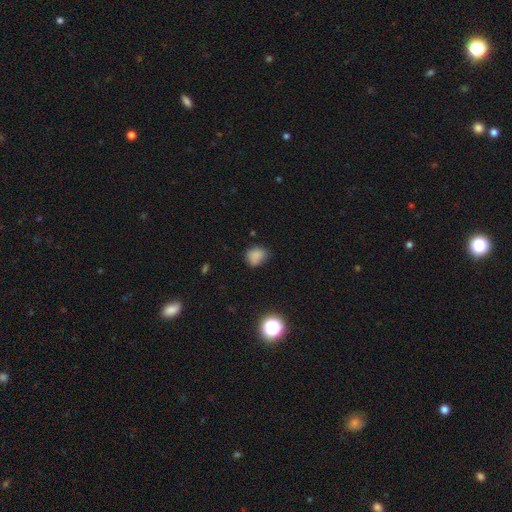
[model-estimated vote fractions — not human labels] A smooth galaxy with no disk features (81%) that is round (57%). Merging: none (67%).